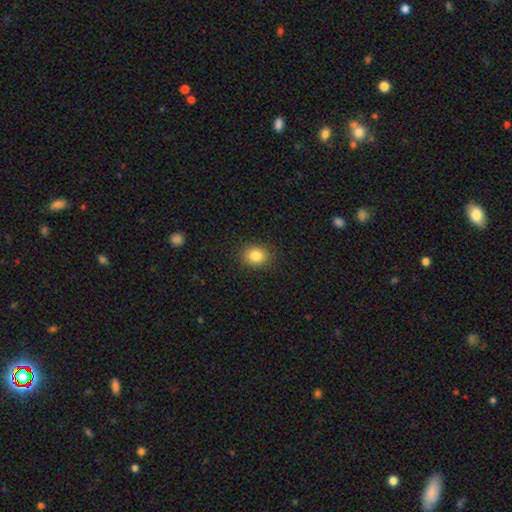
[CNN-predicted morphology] smooth_or_featured: smooth (p=0.83) [alt: star or artifact p=0.10]
how_rounded: round (p=0.65) [alt: in between p=0.34]
merging: none (p=0.88) [alt: minor disturbance p=0.09]